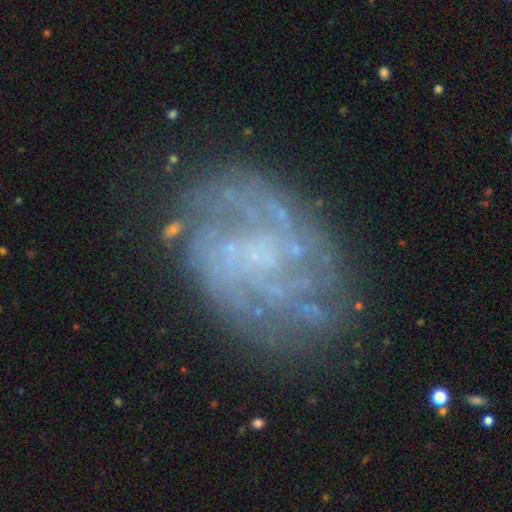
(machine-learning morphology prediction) featured or disk 78%, smooth 12%, star or artifact 9%. Down the decision tree: edge-on disk — no (97%); bar — no (68%); spiral arms — yes (85%); spiral arm count — can't tell (42%); spiral winding — tight (46%); bulge size — none (48%); merging — none (71%).